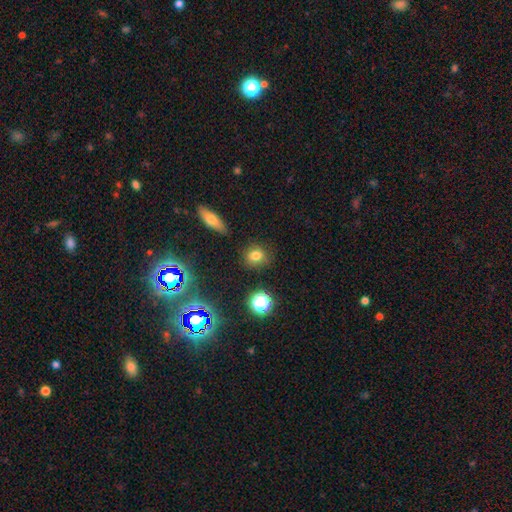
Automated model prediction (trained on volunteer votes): Overall: smooth (76%). How rounded: round (73%). Merging: none (83%).